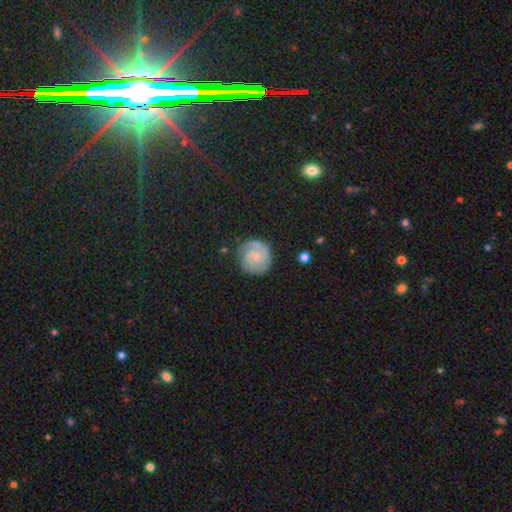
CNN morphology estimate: Q: Smooth or featured?
A: featured or disk (62%); runner-up: smooth (29%)
Q: Edge-on disk?
A: no (98%); runner-up: yes (2%)
Q: Bar?
A: no (69%); runner-up: weak (27%)
Q: Spiral arms?
A: yes (90%); runner-up: no (10%)
Q: Spiral winding?
A: tight (60%); runner-up: medium (31%)
Q: Spiral arm count?
A: 2 (49%); runner-up: can't tell (22%)
Q: Bulge size?
A: small (66%); runner-up: moderate (19%)
Q: Merging?
A: none (74%); runner-up: minor disturbance (17%)